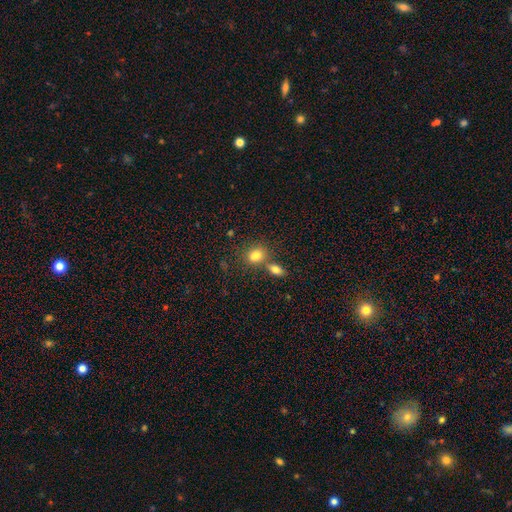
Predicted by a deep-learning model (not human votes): smooth_or_featured: smooth (p=0.82) [alt: star or artifact p=0.10]
how_rounded: in between (p=0.61) [alt: round p=0.37]
merging: none (p=0.50) [alt: merger p=0.35]